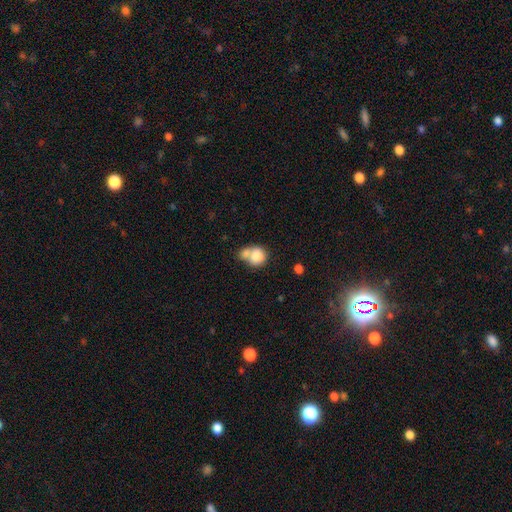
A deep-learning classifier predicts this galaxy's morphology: smooth-or-featured: smooth: 81% | featured or disk: 11% | star or artifact: 8%
  how-rounded: round: 76% | in between: 23% | cigar-shaped: 1%
  merging: merger: 54% | none: 32% | minor disturbance: 10% | major disturbance: 5%